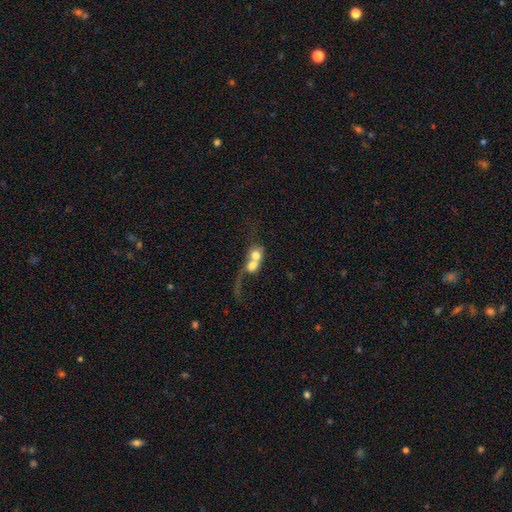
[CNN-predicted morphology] type=smooth (59%); roundness=round (66%); merging=merger (79%).